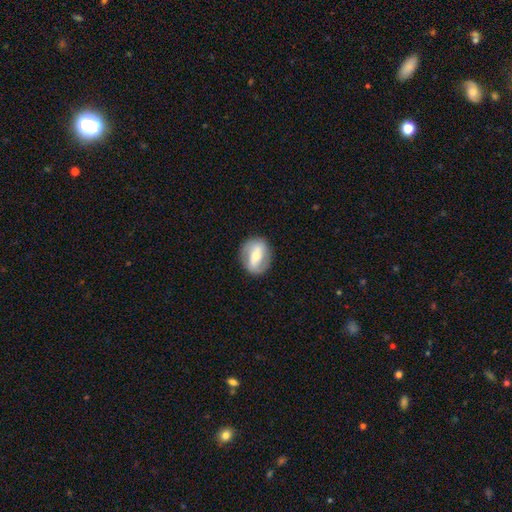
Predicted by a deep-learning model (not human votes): Smooth or featured? featured or disk (62%)
Edge-on disk? no (93%)
Bar? strong (52%)
Spiral arms? yes (60%)
Bulge size? moderate (59%)
Merging? none (85%)